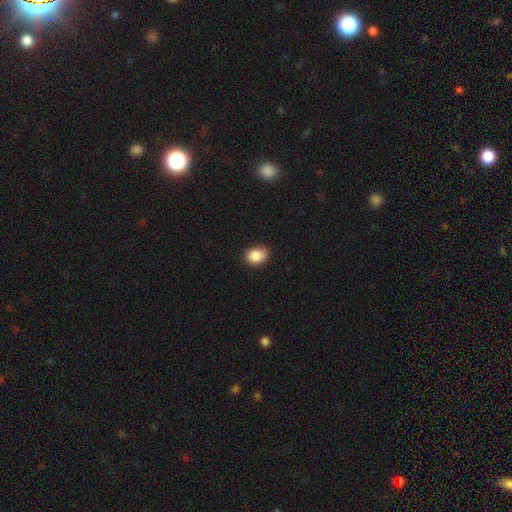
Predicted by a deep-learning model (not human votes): smooth-or-featured: smooth: 88% | star or artifact: 8% | featured or disk: 5%
  how-rounded: in between: 76% | round: 22% | cigar-shaped: 1%
  merging: none: 86% | minor disturbance: 11% | major disturbance: 2% | merger: 1%